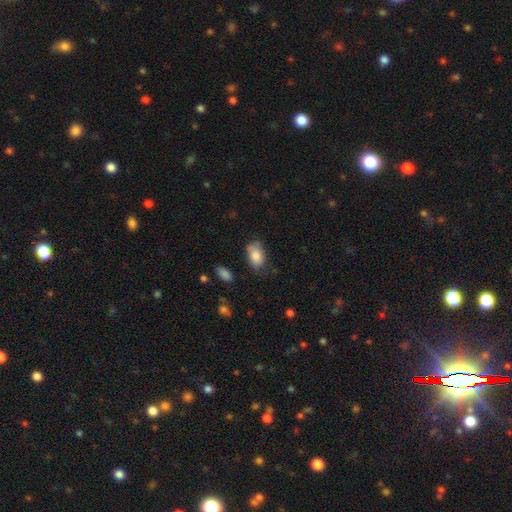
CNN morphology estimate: smooth 82%, featured or disk 10%, star or artifact 7%. Down the decision tree: how rounded — in between (89%); merging — none (61%).